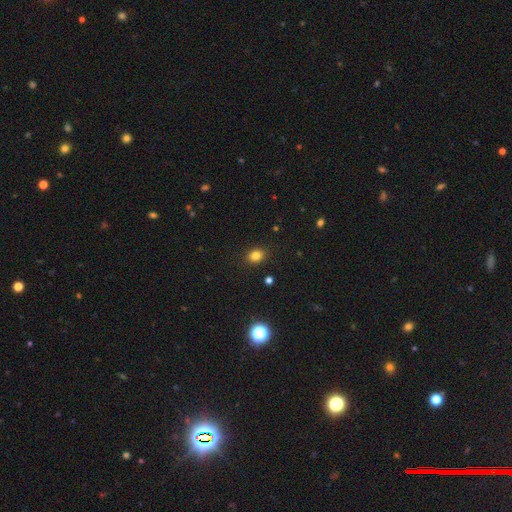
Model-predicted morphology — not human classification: Smooth or featured? smooth (81%)
How rounded? in between (50%)
Merging? none (88%)